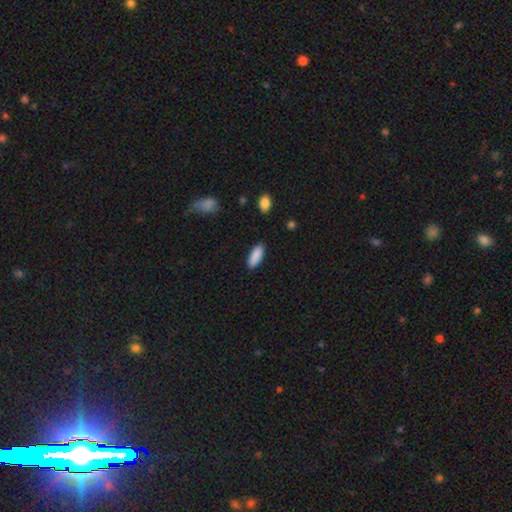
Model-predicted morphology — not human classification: Smooth or featured?
  - smooth: 89% *
  - star or artifact: 6%
  - featured or disk: 4%
How rounded?
  - in between: 74% *
  - cigar-shaped: 25%
  - round: 2%
Merging?
  - none: 87% *
  - minor disturbance: 9%
  - major disturbance: 2%
  - merger: 1%